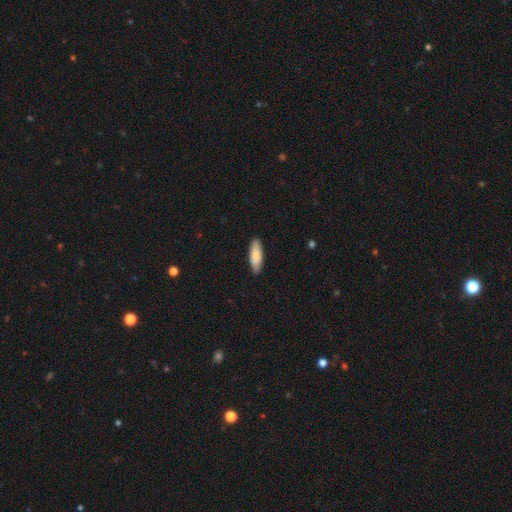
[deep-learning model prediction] Overall: smooth (82%). How rounded: in between (59%; cigar-shaped 39%). Merging: none (89%).